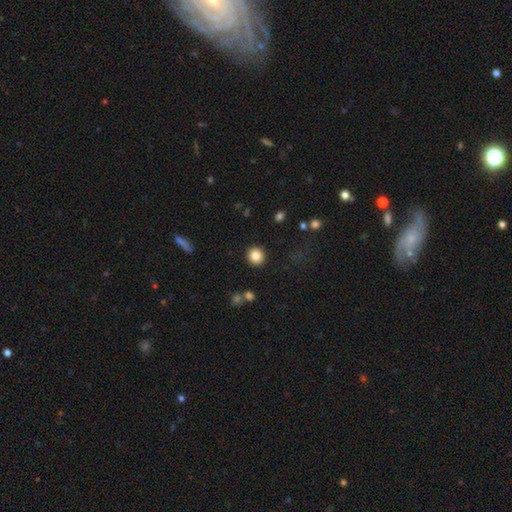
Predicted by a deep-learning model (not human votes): Overall: smooth (84%). How rounded: round (92%). Merging: none (91%).